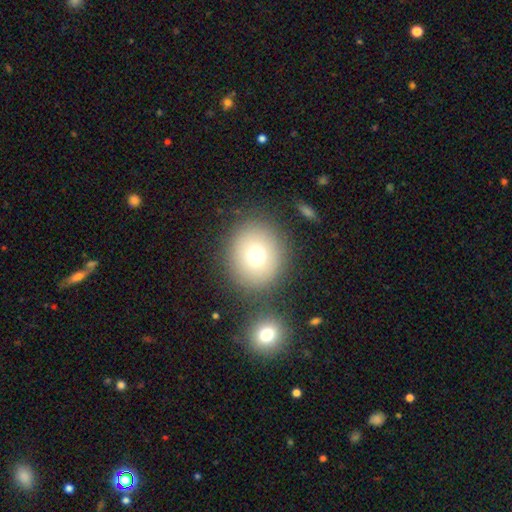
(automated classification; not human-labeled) This is likely a smooth galaxy (75%). How rounded: likely round (79%). Merging: likely none (76%).